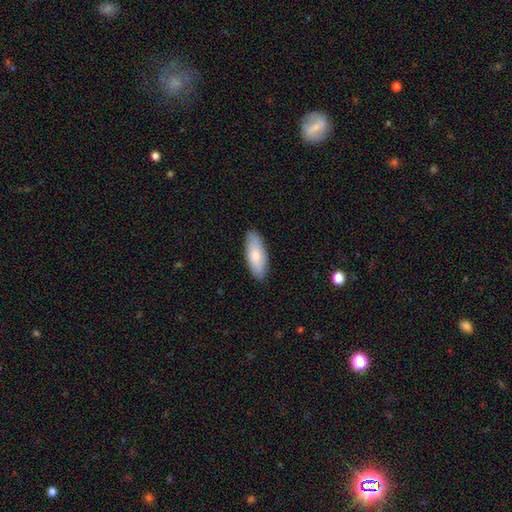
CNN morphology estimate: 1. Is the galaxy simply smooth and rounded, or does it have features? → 74% smooth, 21% featured or disk, 5% star or artifact.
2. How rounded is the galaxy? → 76% in between, 22% cigar-shaped, 2% round.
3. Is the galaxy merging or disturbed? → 87% none, 10% minor disturbance, 2% major disturbance, 1% merger.